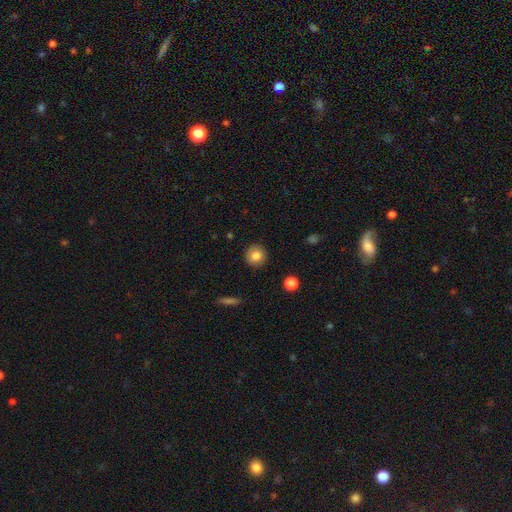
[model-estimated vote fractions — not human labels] Morphology: type=smooth (83%); roundness=round (91%); merging=none (90%).